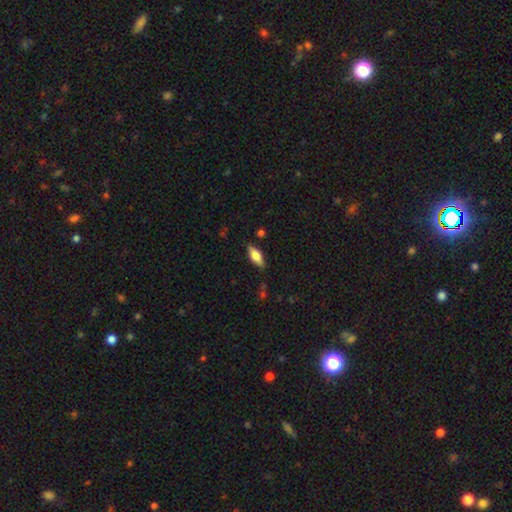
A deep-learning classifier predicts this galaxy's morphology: A smooth galaxy with no disk features (57%) that is in between round and cigar-shaped (72%). Merging: none (84%).